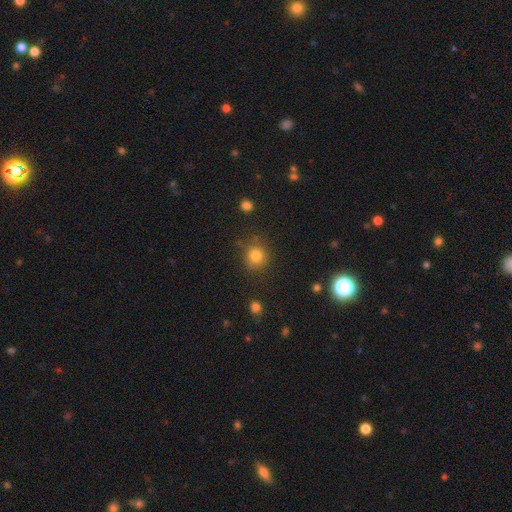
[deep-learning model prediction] This appears to be a smooth galaxy with no disk features (82%) that is round (88%). Merging: none (80%).